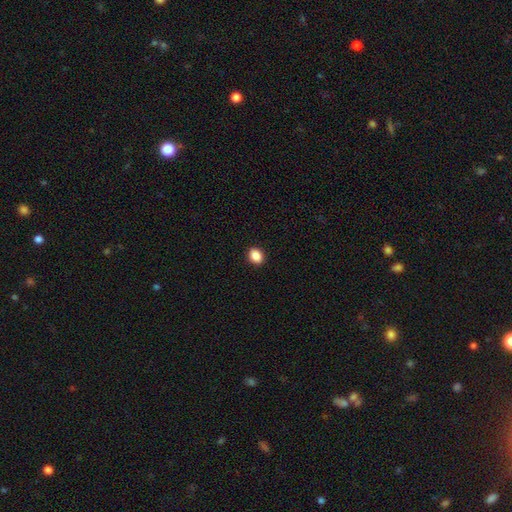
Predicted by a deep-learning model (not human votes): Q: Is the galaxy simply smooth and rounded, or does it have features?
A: smooth — 89%.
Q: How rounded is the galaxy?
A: in between — 53%.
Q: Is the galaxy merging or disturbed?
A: none — 92%.